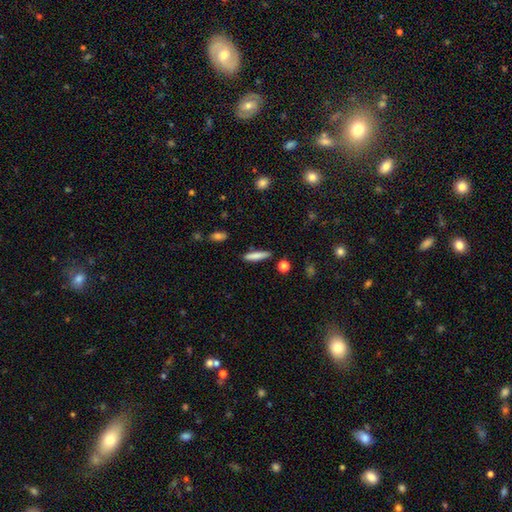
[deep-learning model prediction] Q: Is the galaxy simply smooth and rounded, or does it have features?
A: smooth — 80%.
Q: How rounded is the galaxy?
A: cigar-shaped — 84%.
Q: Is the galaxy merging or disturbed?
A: none — 86%.